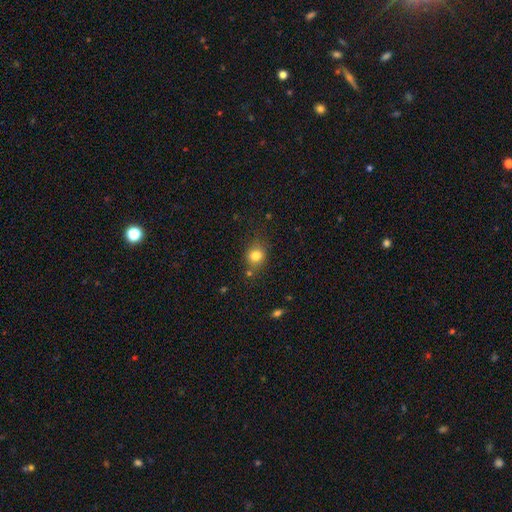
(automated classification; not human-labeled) Q: Smooth or featured?
A: smooth (81%); runner-up: star or artifact (12%)
Q: How rounded?
A: round (65%); runner-up: in between (33%)
Q: Merging?
A: none (71%); runner-up: minor disturbance (17%)